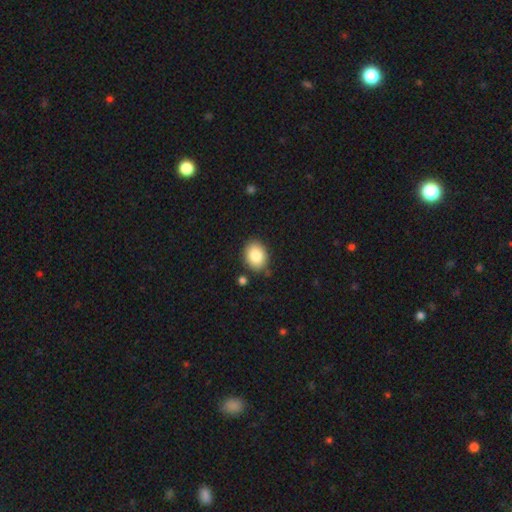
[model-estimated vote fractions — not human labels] smooth 85%, star or artifact 8%, featured or disk 7%. Down the decision tree: how rounded — in between (68%); merging — none (84%).